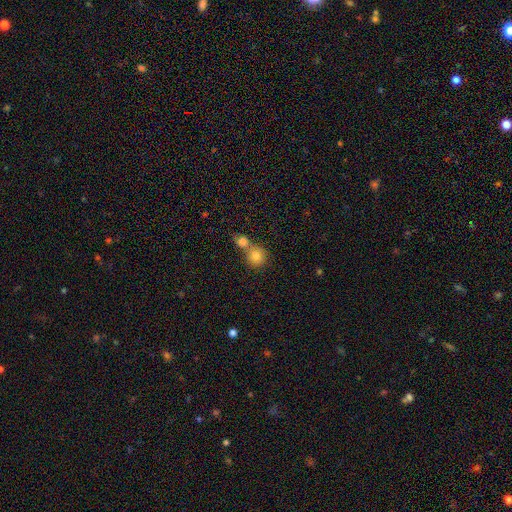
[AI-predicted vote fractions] Smooth or featured?
  - smooth: 81% *
  - star or artifact: 10%
  - featured or disk: 9%
How rounded?
  - round: 86% *
  - in between: 13%
  - cigar-shaped: 1%
Merging?
  - merger: 51% *
  - none: 40%
  - minor disturbance: 6%
  - major disturbance: 2%